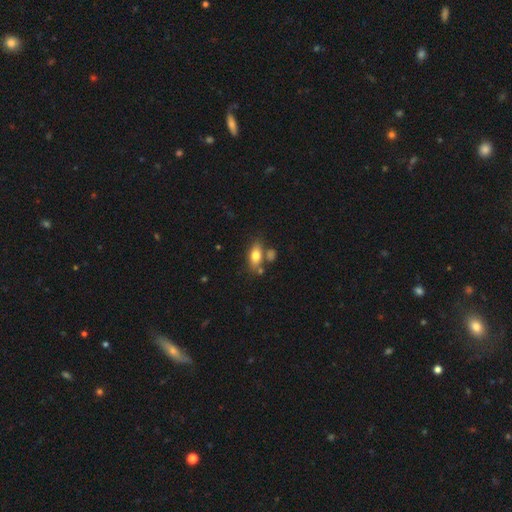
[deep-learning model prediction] Smooth or featured?
  - smooth: 74% *
  - featured or disk: 18%
  - star or artifact: 8%
How rounded?
  - in between: 82% *
  - cigar-shaped: 11%
  - round: 7%
Merging?
  - none: 64% *
  - merger: 17%
  - minor disturbance: 15%
  - major disturbance: 5%